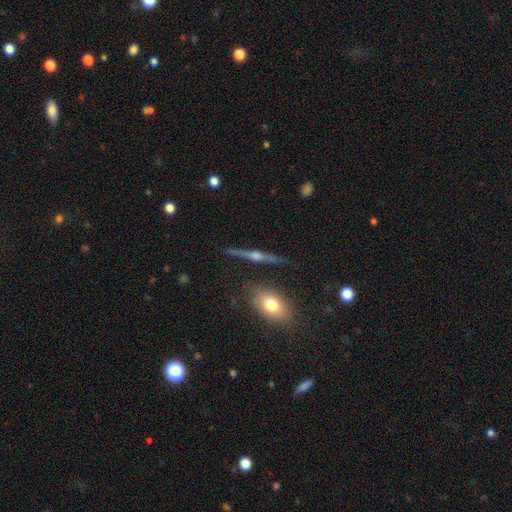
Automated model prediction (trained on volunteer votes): smooth_or_featured: featured or disk (p=0.76) [alt: smooth p=0.14]
disk_edge_on: yes (p=0.95) [alt: no p=0.05]
edge_on_bulge: rounded (p=0.90) [alt: none p=0.05]
merging: none (p=0.84) [alt: minor disturbance p=0.09]